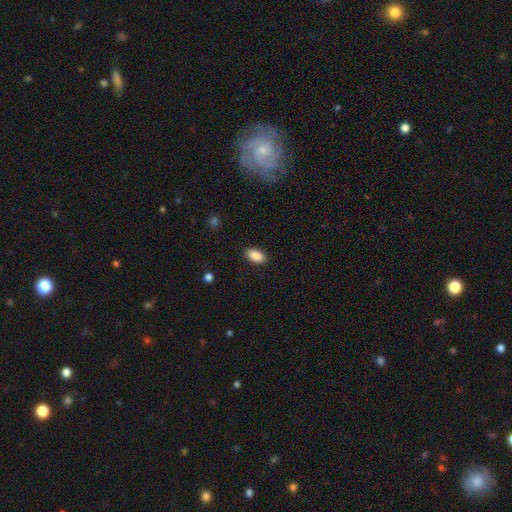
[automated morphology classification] Smooth or featured? Predicted: smooth (p=0.89). How rounded? Predicted: in between (p=0.93). Merging? Predicted: none (p=0.88).